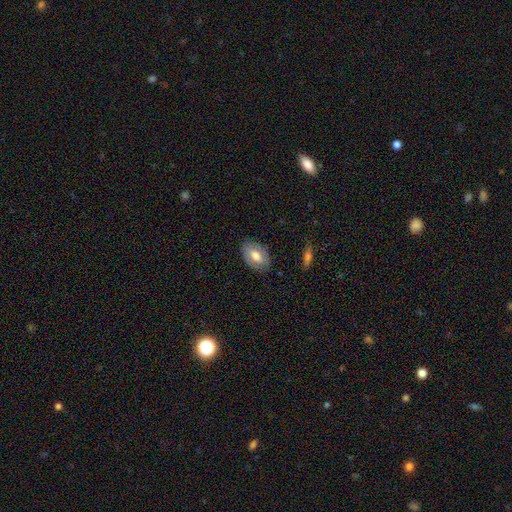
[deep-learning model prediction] smooth 64%, featured or disk 30%, star or artifact 7%. Down the decision tree: how rounded — in between (90%); merging — none (81%).